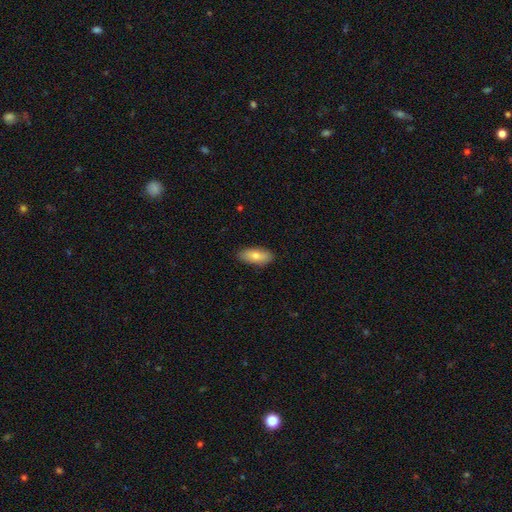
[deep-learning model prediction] smooth_or_featured: smooth (p=0.76) [alt: featured or disk p=0.18]
how_rounded: in between (p=0.85) [alt: cigar-shaped p=0.13]
merging: none (p=0.88) [alt: minor disturbance p=0.10]